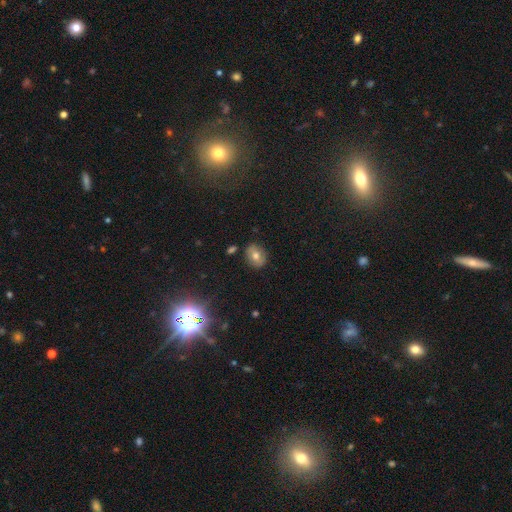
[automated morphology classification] Smooth or featured: smooth — 63% (featured or disk — 23%)
How rounded: in between — 58% (round — 41%)
Merging: none — 84% (minor disturbance — 11%)